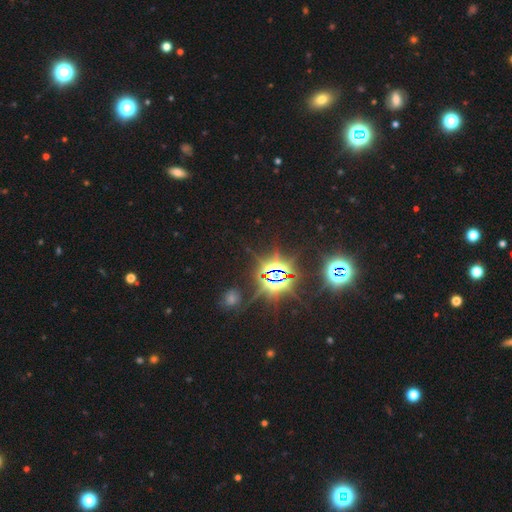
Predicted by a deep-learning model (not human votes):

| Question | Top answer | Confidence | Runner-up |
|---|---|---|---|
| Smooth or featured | star or artifact | 81% | smooth (13%) |